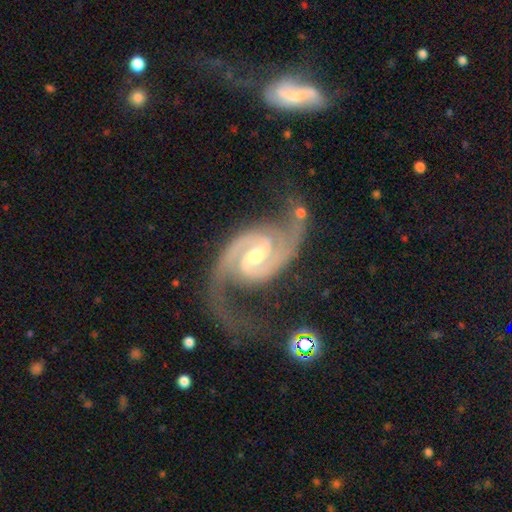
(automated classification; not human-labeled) Smooth or featured: featured or disk — 93% (star or artifact — 4%)
Edge-on disk: no — 98% (yes — 2%)
Bar: weak — 49% (strong — 33%)
Spiral arms: yes — 99% (no — 1%)
Spiral winding: medium — 58% (tight — 24%)
Spiral arm count: 2 — 92% (3 — 3%)
Bulge size: moderate — 57% (small — 38%)
Merging: none — 66% (minor disturbance — 18%)